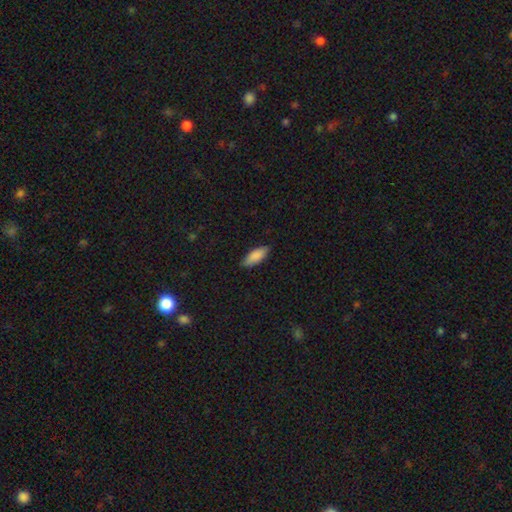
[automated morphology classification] Smooth or featured?
  - smooth: 87% *
  - featured or disk: 7%
  - star or artifact: 6%
How rounded?
  - in between: 72% *
  - cigar-shaped: 26%
  - round: 2%
Merging?
  - none: 85% *
  - minor disturbance: 12%
  - major disturbance: 2%
  - merger: 1%